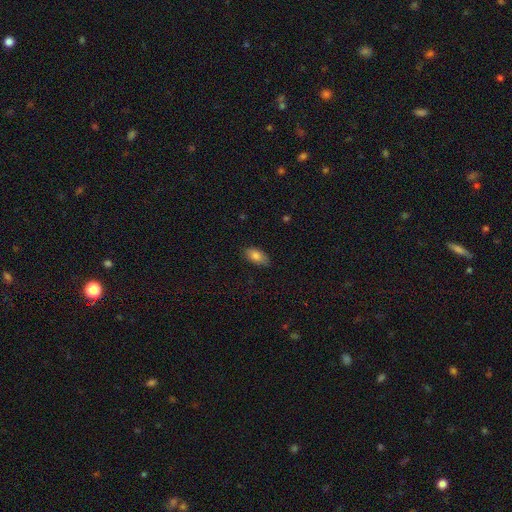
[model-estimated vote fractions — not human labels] smooth 83%, featured or disk 9%, star or artifact 8%. Down the decision tree: how rounded — in between (91%); merging — none (81%).